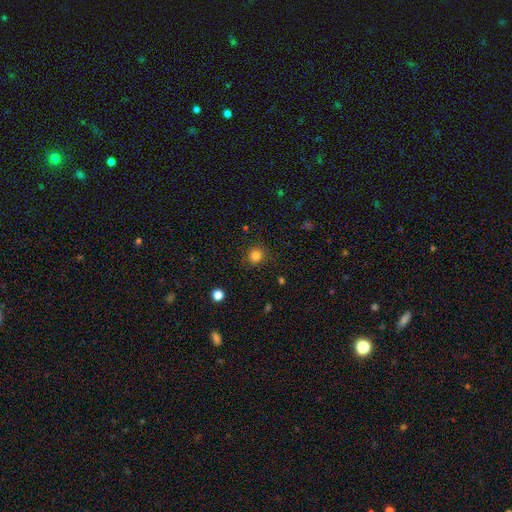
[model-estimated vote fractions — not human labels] Smooth or featured? Predicted: smooth (p=0.82). How rounded? Predicted: round (p=0.89). Merging? Predicted: none (p=0.88).